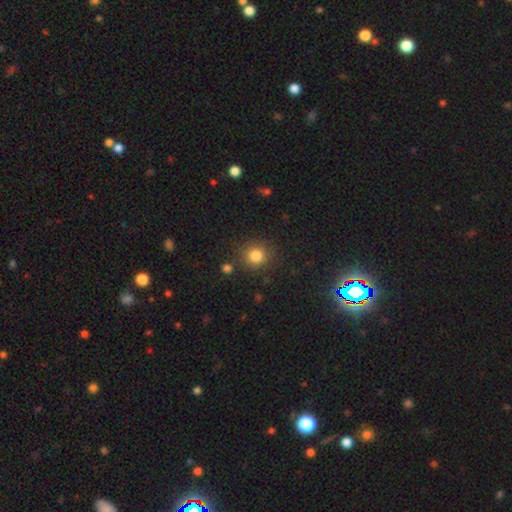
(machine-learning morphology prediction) Smooth or featured?
  - smooth: 82% *
  - star or artifact: 13%
  - featured or disk: 6%
How rounded?
  - round: 89% *
  - in between: 10%
  - cigar-shaped: 1%
Merging?
  - none: 85% *
  - minor disturbance: 8%
  - merger: 4%
  - major disturbance: 3%